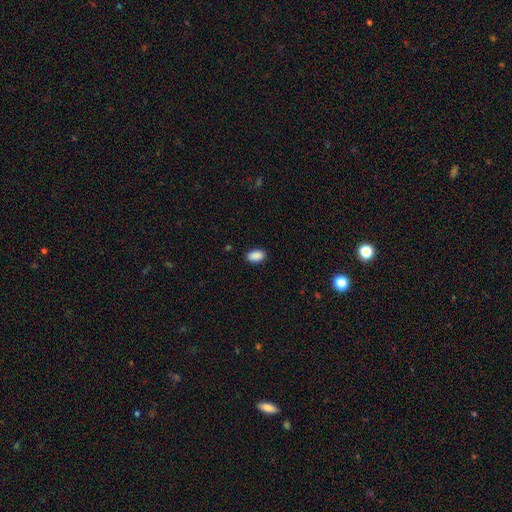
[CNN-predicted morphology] This is clearly a smooth galaxy (90%). How rounded: clearly in between (93%). Merging: clearly none (88%).